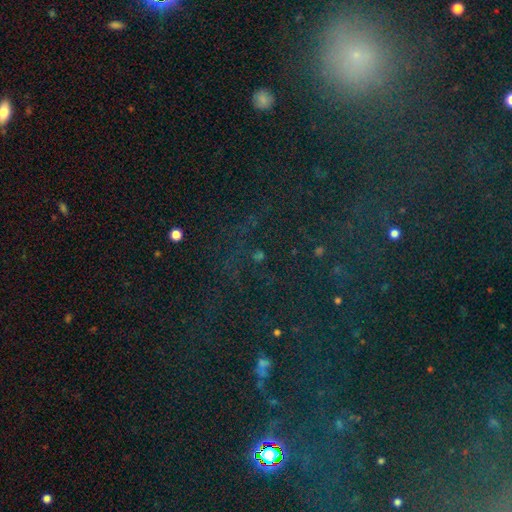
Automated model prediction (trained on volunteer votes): Smooth or featured: star or artifact — 74% (smooth — 16%)